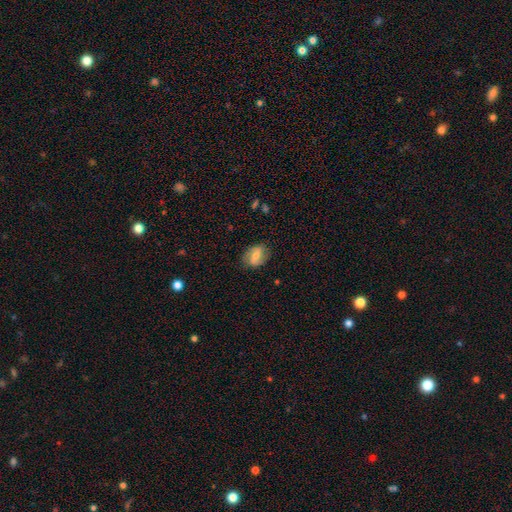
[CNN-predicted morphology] Smooth or featured? Predicted: featured or disk (p=0.52). Edge-on disk? Predicted: no (p=0.96). Merging? Predicted: none (p=0.78).